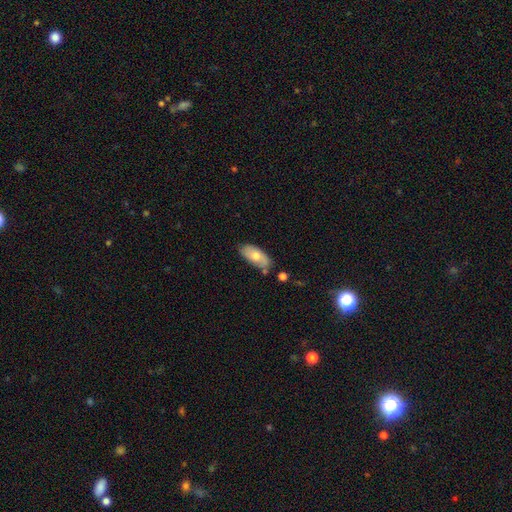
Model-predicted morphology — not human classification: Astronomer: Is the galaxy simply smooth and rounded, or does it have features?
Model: smooth — 68%.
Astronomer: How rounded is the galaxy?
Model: in between — 90%.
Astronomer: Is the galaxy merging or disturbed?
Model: none — 69%.